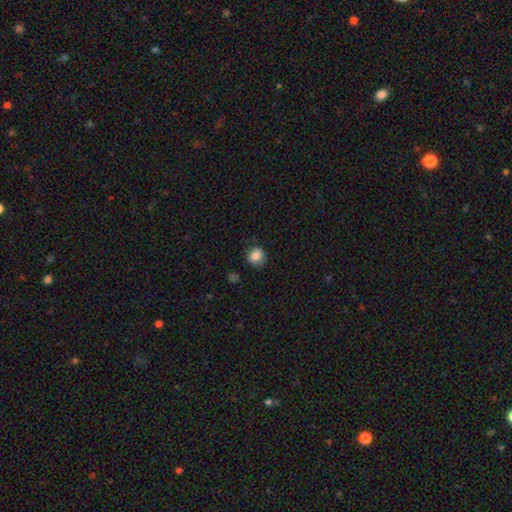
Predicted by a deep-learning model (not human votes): Smooth or featured? Predicted: smooth (p=0.84). How rounded? Predicted: round (p=0.64). Merging? Predicted: none (p=0.73).